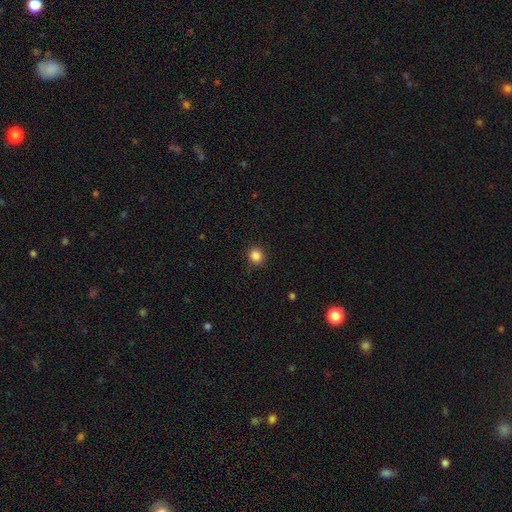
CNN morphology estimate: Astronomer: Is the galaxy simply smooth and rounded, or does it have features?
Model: smooth — 86%.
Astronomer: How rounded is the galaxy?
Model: round — 85%.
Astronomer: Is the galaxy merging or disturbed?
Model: none — 88%.